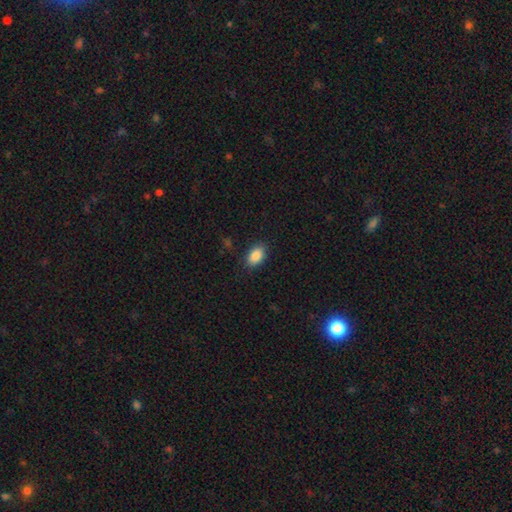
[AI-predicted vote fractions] Overall: smooth (88%). How rounded: in between (90%). Merging: none (86%).